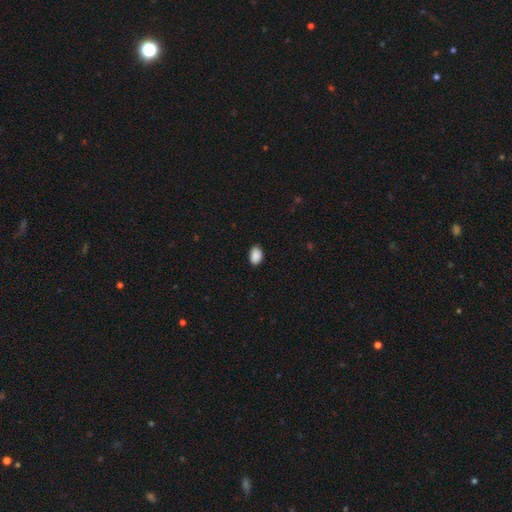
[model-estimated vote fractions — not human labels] smooth_or_featured: smooth (p=0.90) [alt: star or artifact p=0.07]
how_rounded: in between (p=0.88) [alt: round p=0.11]
merging: none (p=0.86) [alt: minor disturbance p=0.11]